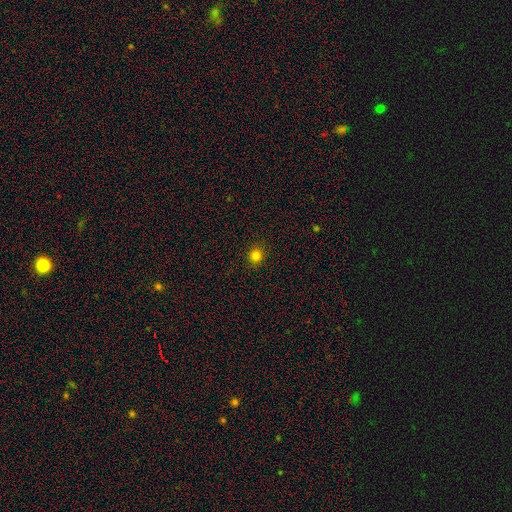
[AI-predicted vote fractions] smooth_or_featured: smooth (p=0.80) [alt: star or artifact p=0.15]
how_rounded: round (p=0.87) [alt: in between p=0.12]
merging: none (p=0.91) [alt: minor disturbance p=0.06]